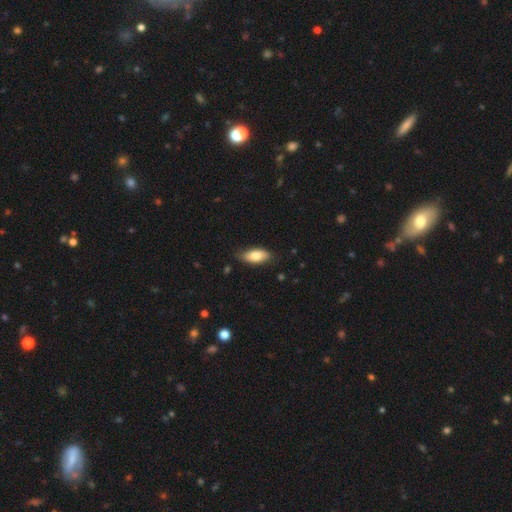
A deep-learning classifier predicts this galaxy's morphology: smooth_or_featured: smooth (p=0.79) [alt: featured or disk p=0.15]
how_rounded: in between (p=0.87) [alt: cigar-shaped p=0.10]
merging: none (p=0.79) [alt: minor disturbance p=0.17]